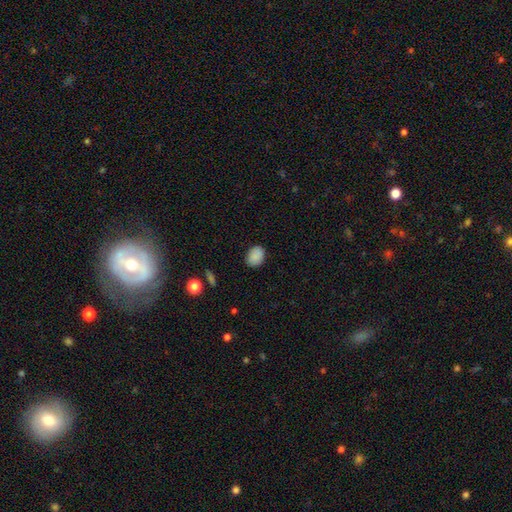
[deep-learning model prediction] Smooth or featured?
  - smooth: 88% *
  - star or artifact: 8%
  - featured or disk: 4%
How rounded?
  - in between: 65% *
  - round: 34%
  - cigar-shaped: 1%
Merging?
  - none: 85% *
  - minor disturbance: 12%
  - major disturbance: 3%
  - merger: 1%